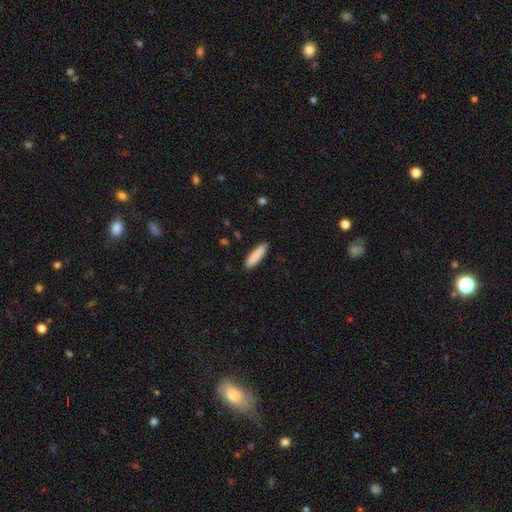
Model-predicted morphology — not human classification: A smooth galaxy with no disk features (88%) that is cigar-shaped (65%).

Vote fractions:
- Smooth or featured? smooth: 88% / featured or disk: 6% / star or artifact: 6%
- How rounded? cigar-shaped: 65% / in between: 33% / round: 1%
- Merging? none: 89% / minor disturbance: 9% / major disturbance: 2% / merger: 1%